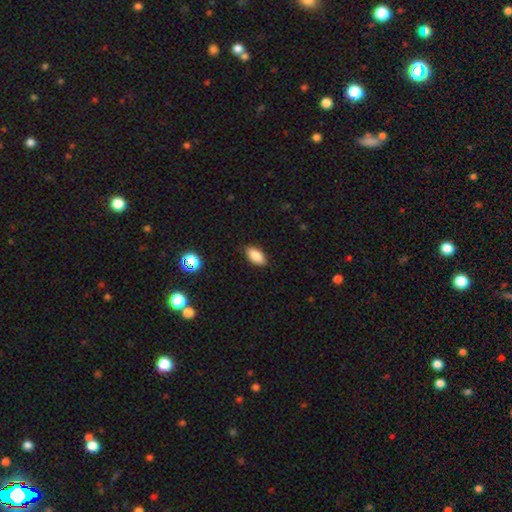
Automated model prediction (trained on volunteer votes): Smooth or featured? smooth (86%)
How rounded? in between (90%)
Merging? none (86%)